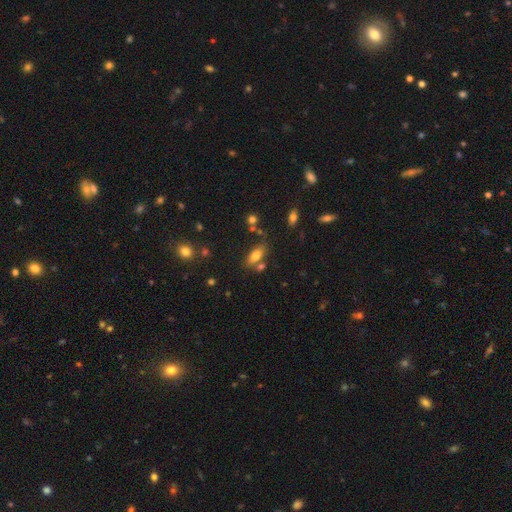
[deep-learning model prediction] Overall: smooth (77%). How rounded: in between (85%). Merging: none (63%).